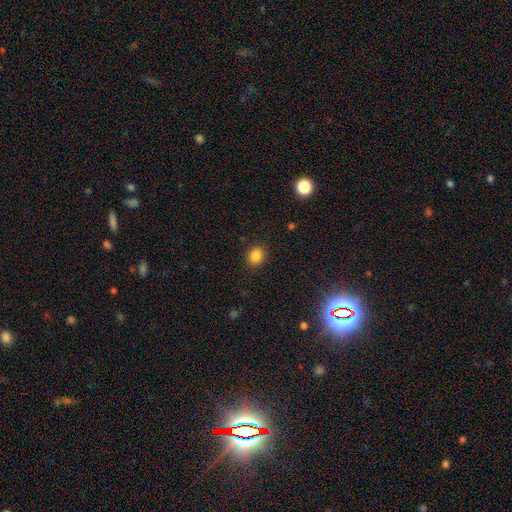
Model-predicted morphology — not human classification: Overall: smooth (85%). How rounded: round (67%; in between 32%). Merging: none (90%).